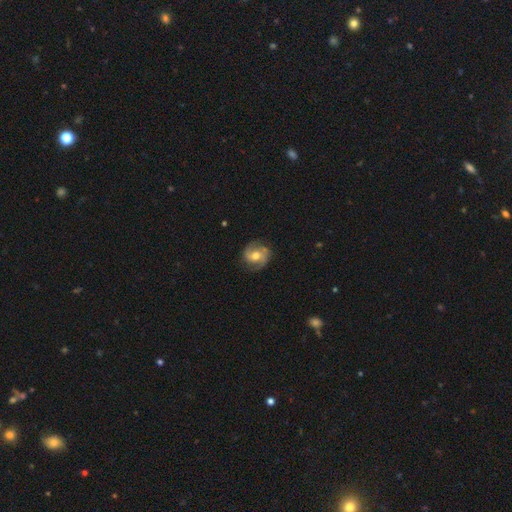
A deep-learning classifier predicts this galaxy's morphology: Overall: featured or disk (76%). Edge-on disk: no (97%). Bar: no (51%; weak 38%). Spiral arms: yes (93%). Spiral arm count: 2 (80%). Spiral winding: medium (50%; tight 29%). Bulge size: moderate (72%). Merging: none (79%).